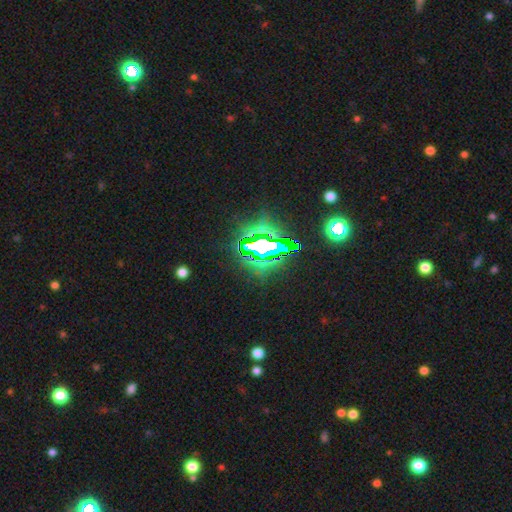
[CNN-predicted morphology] Q: Smooth or featured?
A: star or artifact (83%); runner-up: featured or disk (9%)